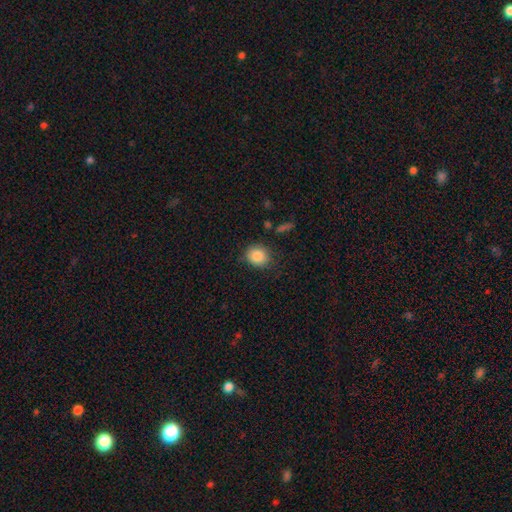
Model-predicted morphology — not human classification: This appears to be a smooth galaxy with no disk features (86%) that is round (76%). Merging: none (80%).